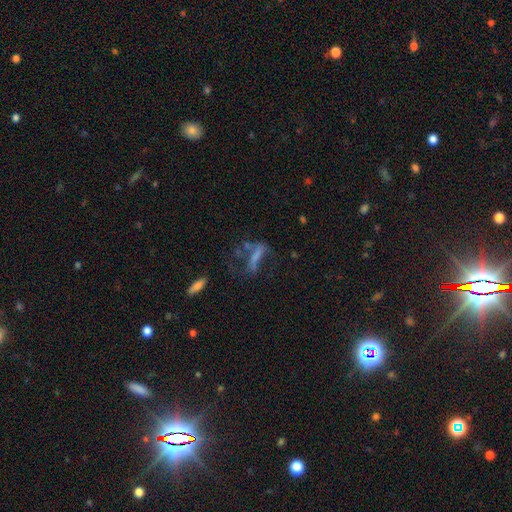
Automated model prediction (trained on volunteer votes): The model was most divided on "merging": major disturbance: 38%, none: 33%, minor disturbance: 17%, merger: 11%. Remaining: smooth or featured — featured or disk (40%).